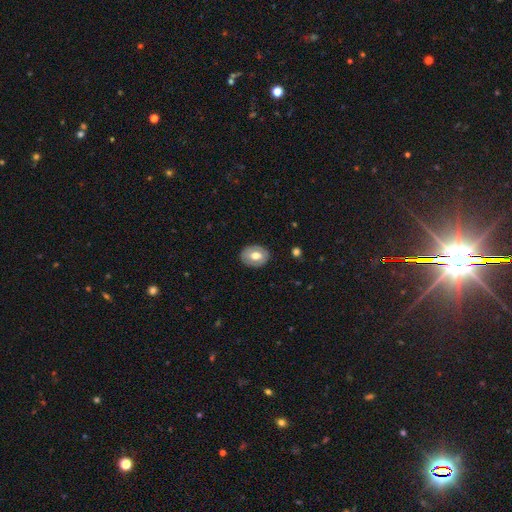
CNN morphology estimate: smooth-or-featured: smooth: 61% | featured or disk: 32% | star or artifact: 7%
  how-rounded: in between: 61% | round: 38% | cigar-shaped: 1%
  merging: none: 85% | minor disturbance: 11% | major disturbance: 3% | merger: 1%